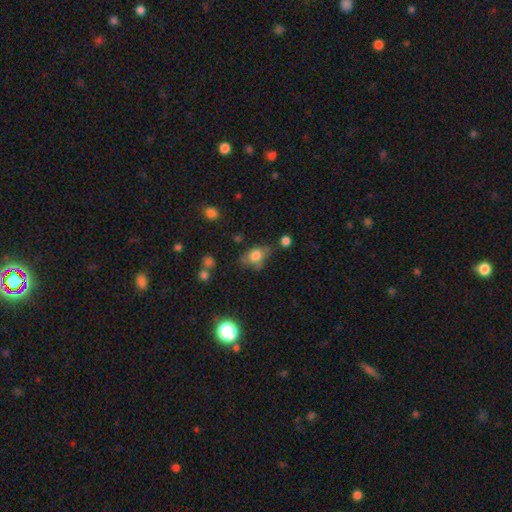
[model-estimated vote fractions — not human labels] smooth_or_featured: smooth (p=0.72) [alt: featured or disk p=0.18]
how_rounded: in between (p=0.79) [alt: round p=0.18]
merging: none (p=0.57) [alt: minor disturbance p=0.26]